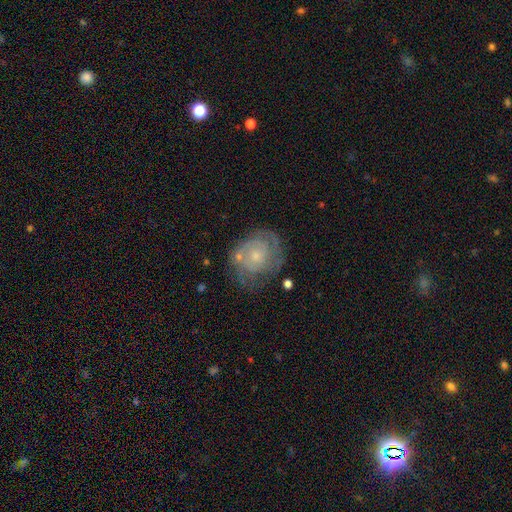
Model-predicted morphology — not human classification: This appears to be a featured or disk galaxy (77%) with no bar (78%), 2 (44%) tight (66%) spiral arms (89%) and a small central bulge (65%). Merging: none (64%).